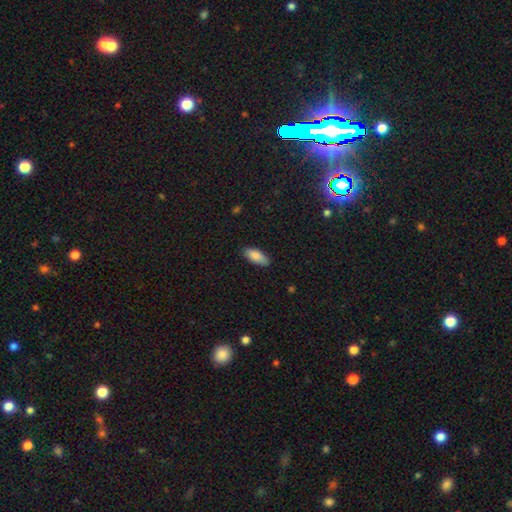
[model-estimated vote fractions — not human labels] Overall: smooth (84%). How rounded: in between (78%). Merging: none (87%).